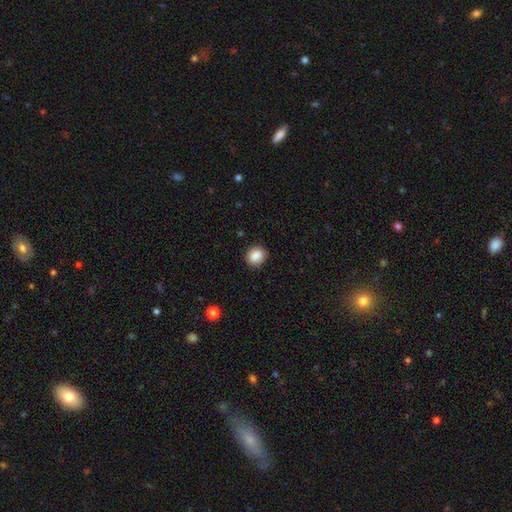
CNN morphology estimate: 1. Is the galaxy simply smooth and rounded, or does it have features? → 87% smooth, 9% star or artifact, 4% featured or disk.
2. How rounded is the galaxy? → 74% round, 25% in between, 1% cigar-shaped.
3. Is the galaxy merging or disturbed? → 86% none, 10% minor disturbance, 2% major disturbance, 1% merger.